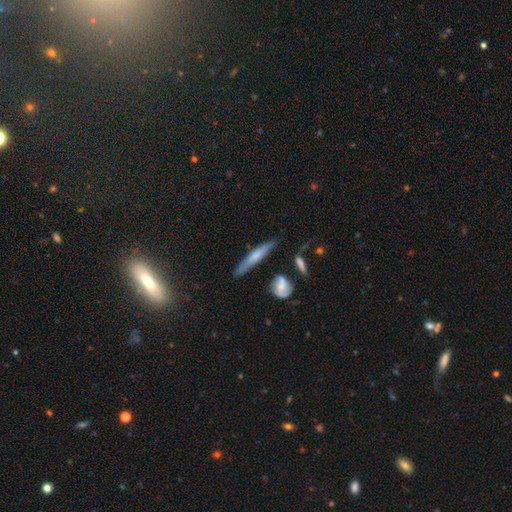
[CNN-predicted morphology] smooth-or-featured: smooth: 55% | featured or disk: 38% | star or artifact: 6%
  how-rounded: cigar-shaped: 91% | in between: 7% | round: 2%
  merging: none: 81% | minor disturbance: 13% | merger: 3% | major disturbance: 3%